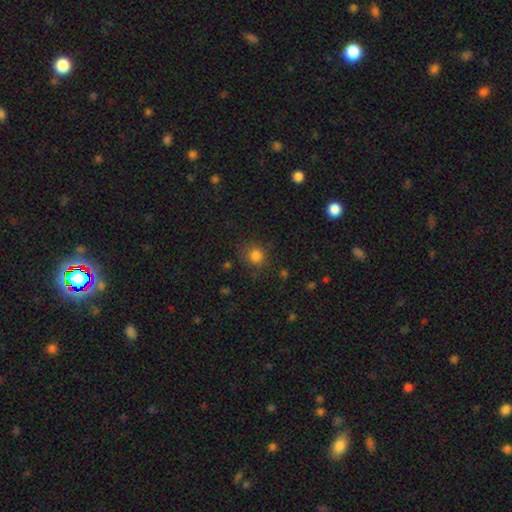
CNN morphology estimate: type=smooth (81%); roundness=round (85%); merging=none (79%).